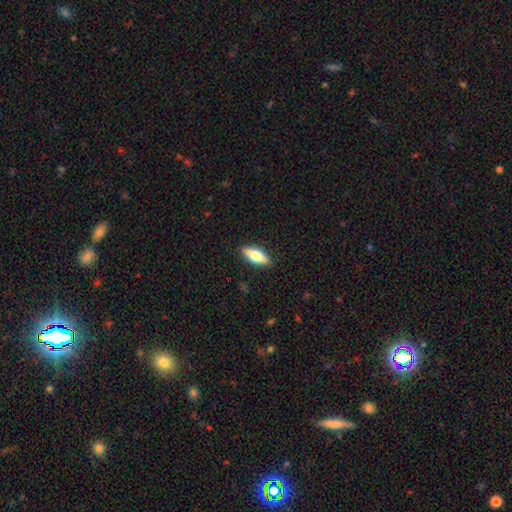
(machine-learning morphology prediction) The model was most divided on "smooth or featured": smooth: 60%, featured or disk: 33%, star or artifact: 6%. More confident: merging — none (88%); how rounded — in between (65%).